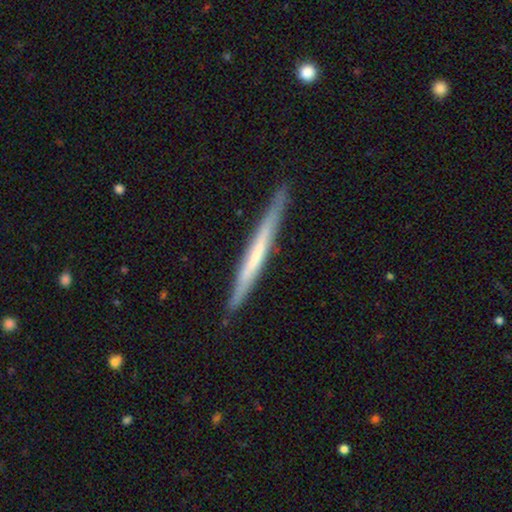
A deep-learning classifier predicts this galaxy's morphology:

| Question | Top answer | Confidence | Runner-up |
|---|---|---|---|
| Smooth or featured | featured or disk | 56% | smooth (38%) |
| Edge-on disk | yes | 96% | no (4%) |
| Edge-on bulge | none | 78% | rounded (13%) |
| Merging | none | 88% | minor disturbance (9%) |